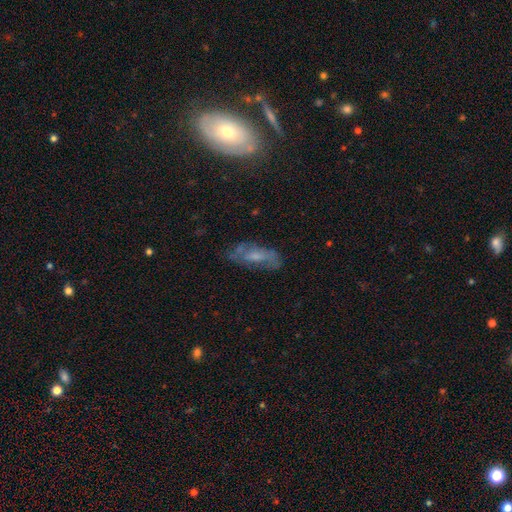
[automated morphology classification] Smooth or featured?
  - featured or disk: 53% *
  - smooth: 36%
  - star or artifact: 11%
Edge-on disk?
  - no: 81% *
  - yes: 19%
Merging?
  - none: 62% *
  - minor disturbance: 23%
  - major disturbance: 12%
  - merger: 3%